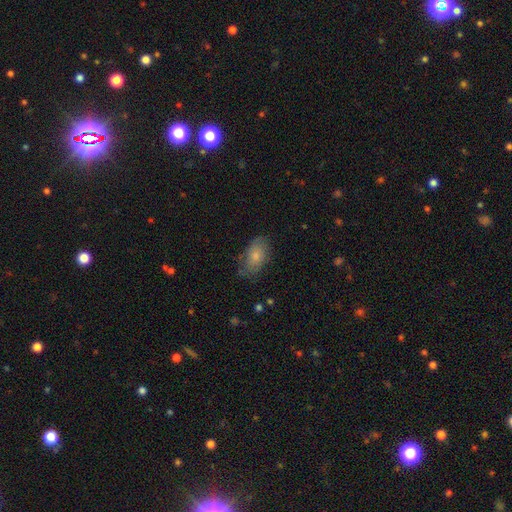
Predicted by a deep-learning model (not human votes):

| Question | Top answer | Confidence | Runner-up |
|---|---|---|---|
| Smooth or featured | smooth | 72% | featured or disk (21%) |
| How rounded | in between | 92% | round (6%) |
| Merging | none | 67% | minor disturbance (24%) |